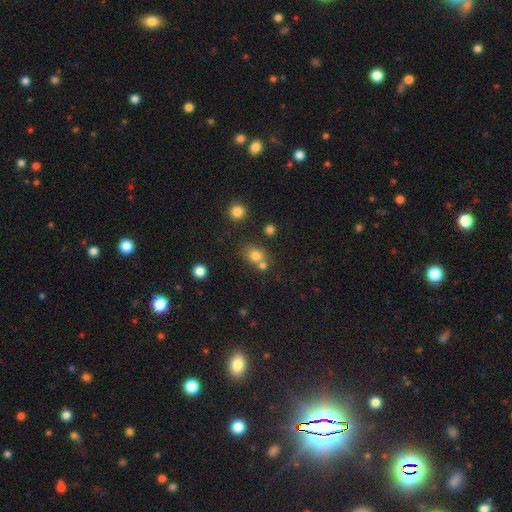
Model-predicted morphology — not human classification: smooth-or-featured: smooth: 77% | star or artifact: 14% | featured or disk: 9%
  how-rounded: round: 66% | in between: 33% | cigar-shaped: 1%
  merging: none: 56% | merger: 31% | minor disturbance: 10% | major disturbance: 4%